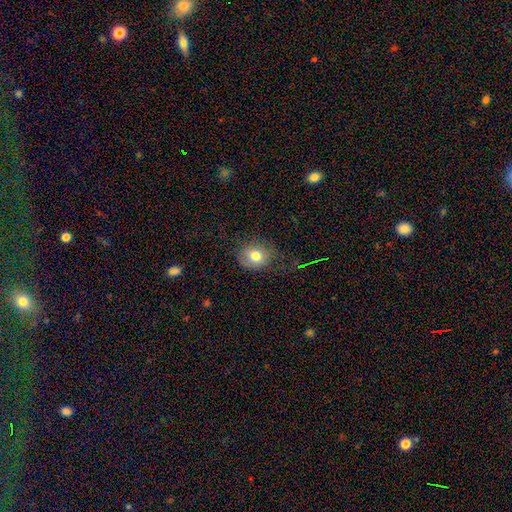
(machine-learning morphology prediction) Smooth or featured?
  - smooth: 77% *
  - featured or disk: 13%
  - star or artifact: 10%
How rounded?
  - round: 60% *
  - in between: 39%
  - cigar-shaped: 1%
Merging?
  - none: 65% *
  - minor disturbance: 22%
  - major disturbance: 11%
  - merger: 2%